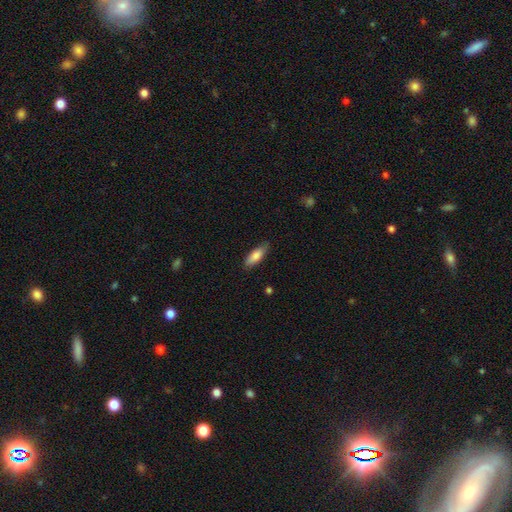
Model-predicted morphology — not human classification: The model was most divided on "how rounded": in between: 64%, cigar-shaped: 34%, round: 2%. More confident: smooth or featured — smooth (82%); merging — none (81%).